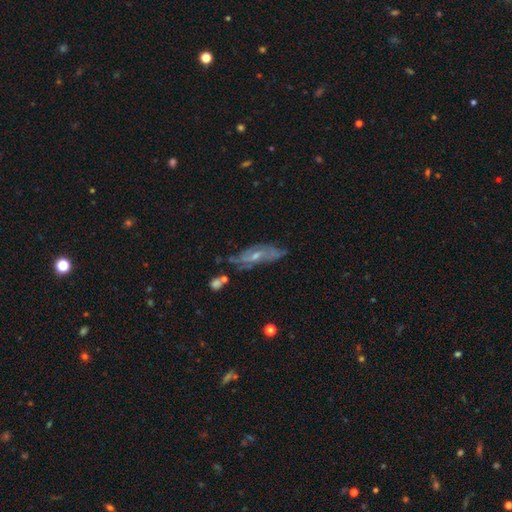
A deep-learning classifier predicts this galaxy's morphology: Smooth or featured? Predicted: featured or disk (p=0.68). Edge-on disk? Predicted: no (p=0.79). Bar? Predicted: no (p=0.57). Spiral arms? Predicted: yes (p=0.78). Bulge size? Predicted: small (p=0.56). Merging? Predicted: none (p=0.62).